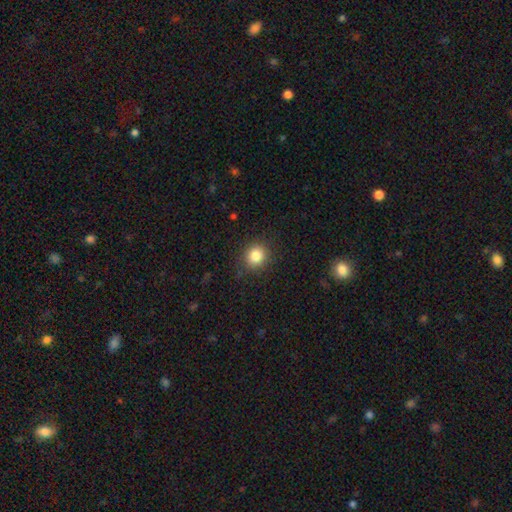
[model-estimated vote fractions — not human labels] The model was most divided on "how rounded": round: 85%, in between: 14%, cigar-shaped: 1%. More confident: merging — none (87%); smooth or featured — smooth (83%).